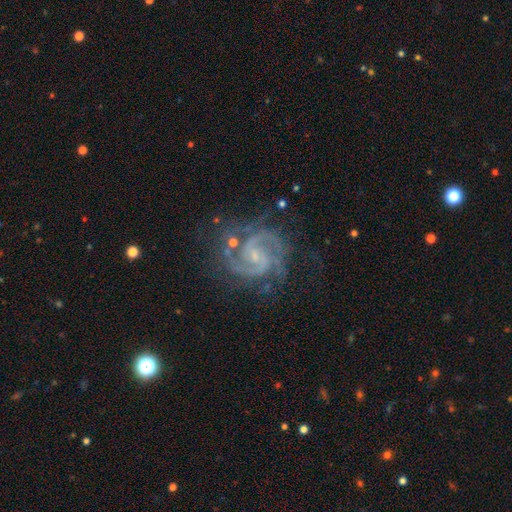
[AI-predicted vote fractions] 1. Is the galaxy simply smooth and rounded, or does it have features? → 92% featured or disk, 5% star or artifact, 3% smooth.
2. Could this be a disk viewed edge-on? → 98% no, 2% yes.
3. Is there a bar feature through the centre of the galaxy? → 44% no (tied), 44% weak (tied), 12% strong.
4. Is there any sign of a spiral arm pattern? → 99% yes, 1% no.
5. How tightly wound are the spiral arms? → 51% medium, 42% tight, 7% loose.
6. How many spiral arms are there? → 77% 2, 11% 3, 4% can't tell, 3% 4, 2% 1, 2% more than 4.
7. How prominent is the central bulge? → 76% small, 14% moderate, 8% none, 1% large, 1% dominant.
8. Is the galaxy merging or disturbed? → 71% none, 17% minor disturbance, 9% major disturbance, 3% merger.